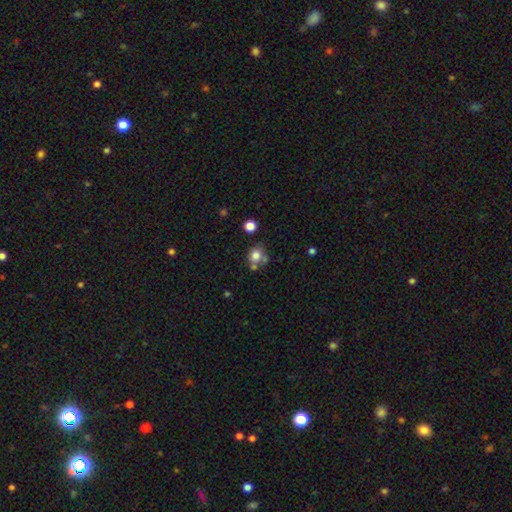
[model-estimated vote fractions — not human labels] This appears to be a smooth galaxy with no disk features (77%) that is round (71%). Merging: none (55%).